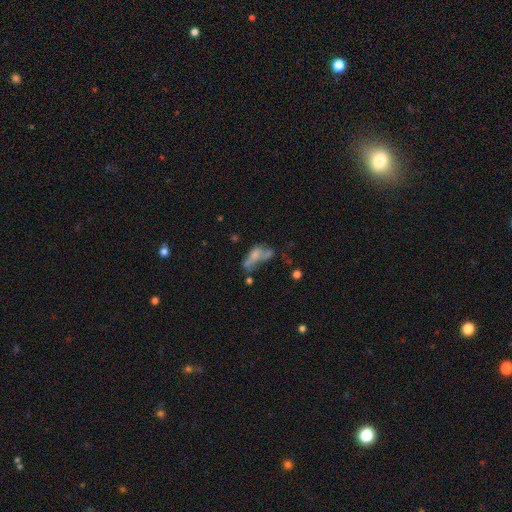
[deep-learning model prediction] Smooth or featured? Predicted: smooth (p=0.51). How rounded? Predicted: in between (p=0.75). Merging? Predicted: merger (p=0.38).